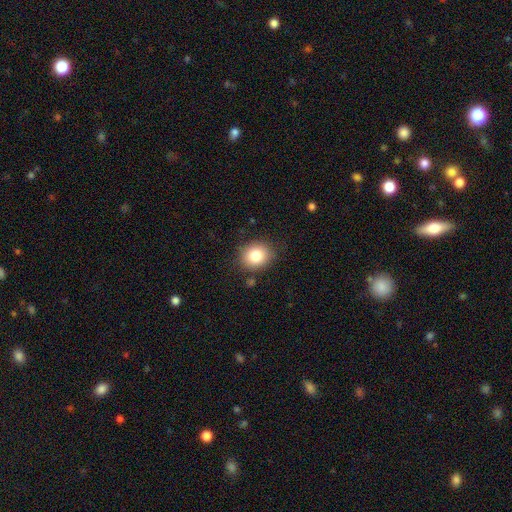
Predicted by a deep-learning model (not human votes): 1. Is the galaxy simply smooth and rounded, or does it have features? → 82% smooth, 10% star or artifact, 9% featured or disk.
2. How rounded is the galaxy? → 68% round, 31% in between, 1% cigar-shaped.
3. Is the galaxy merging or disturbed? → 84% none, 11% minor disturbance, 3% major disturbance, 2% merger.